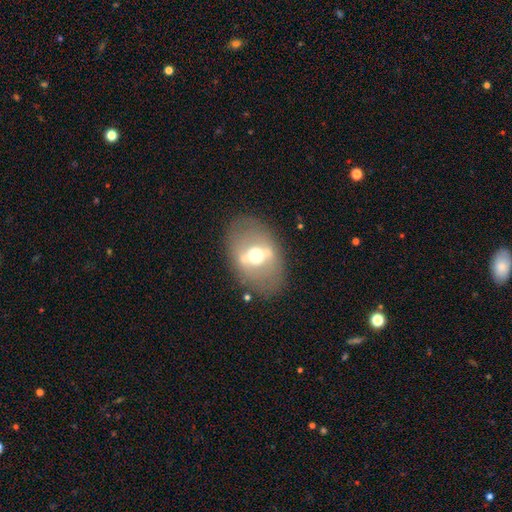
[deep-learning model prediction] smooth_or_featured: featured or disk (p=0.63) [alt: smooth p=0.29]
disk_edge_on: no (p=0.81) [alt: yes p=0.19]
bar: strong (p=0.61) [alt: weak p=0.26]
has_spiral_arms: no (p=0.88) [alt: yes p=0.12]
bulge_size: moderate (p=0.66) [alt: large p=0.22]
merging: none (p=0.79) [alt: minor disturbance p=0.12]